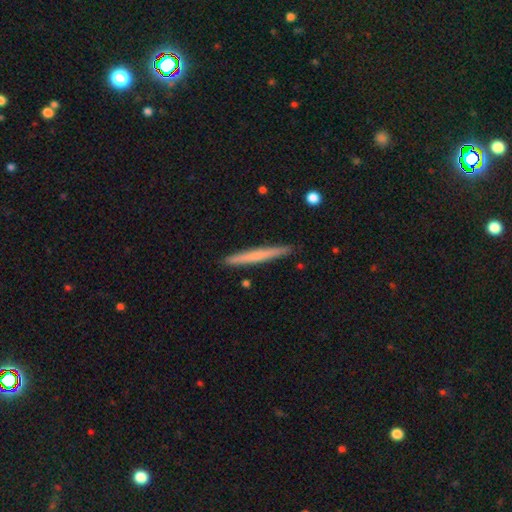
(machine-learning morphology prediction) smooth 55%, featured or disk 39%, star or artifact 5%. Down the decision tree: how rounded — cigar-shaped (97%); merging — none (91%).